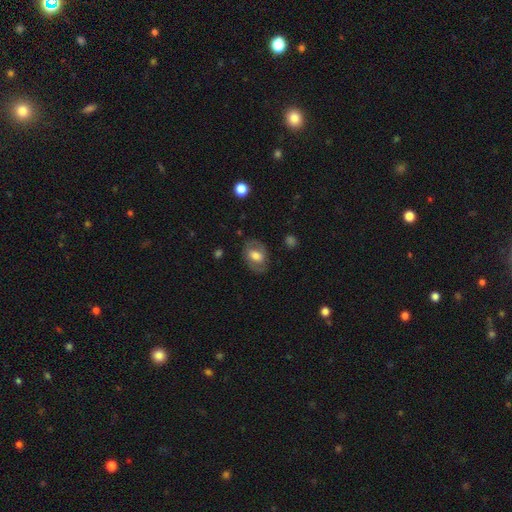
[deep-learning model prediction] The model was most divided on "smooth or featured": smooth: 48%, featured or disk: 45%, star or artifact: 7%. More confident: merging — none (76%).